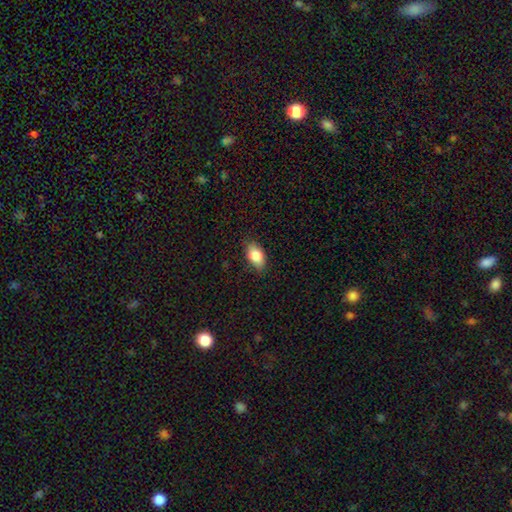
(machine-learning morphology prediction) This appears to be a smooth galaxy with no disk features (83%) that is in between round and cigar-shaped (89%). Merging: none (83%).